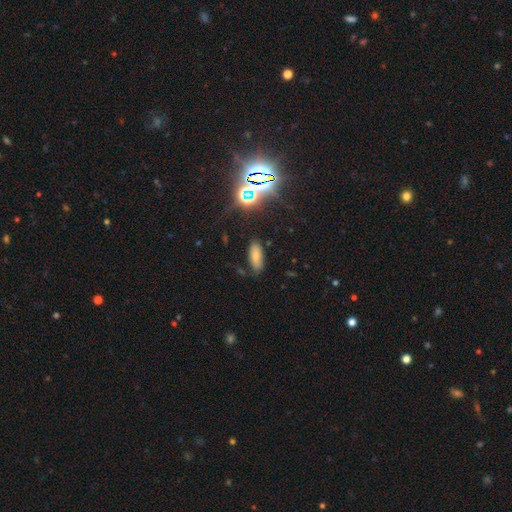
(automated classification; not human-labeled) The model was most divided on "smooth or featured": smooth: 69%, star or artifact: 20%, featured or disk: 11%. More confident: merging — none (79%); how rounded — in between (76%).